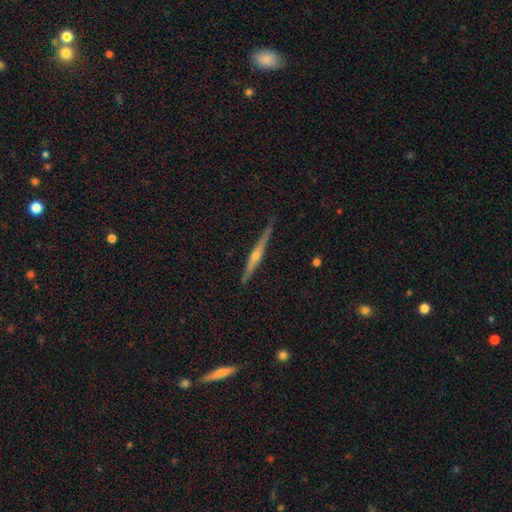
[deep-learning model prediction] A featured or disk galaxy (77%) viewed edge-on (98%) with a rounded central bulge (84%). Merging: none (87%).